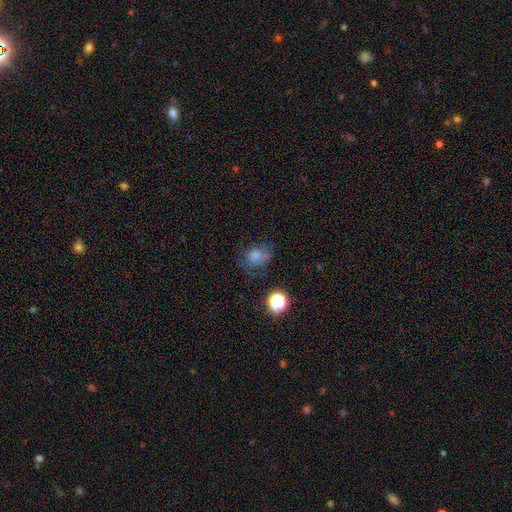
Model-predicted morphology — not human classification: Smooth or featured? smooth (57%)
How rounded? round (56%)
Merging? none (55%)